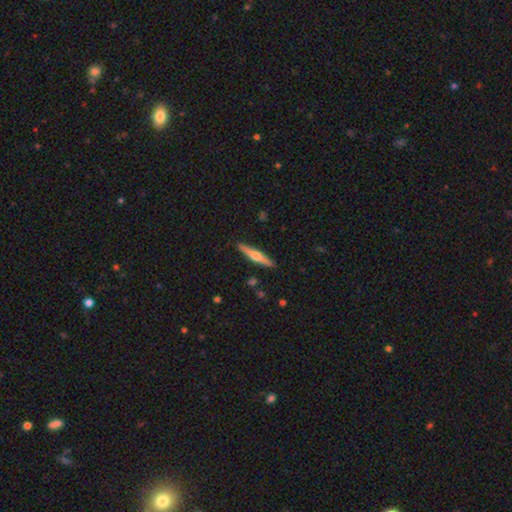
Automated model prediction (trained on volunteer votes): smooth_or_featured: featured or disk (p=0.59) [alt: smooth p=0.36]
disk_edge_on: yes (p=0.97) [alt: no p=0.03]
edge_on_bulge: rounded (p=0.91) [alt: none p=0.05]
merging: none (p=0.90) [alt: minor disturbance p=0.07]